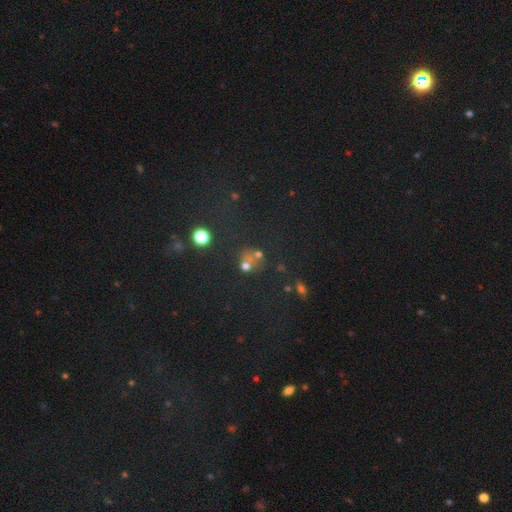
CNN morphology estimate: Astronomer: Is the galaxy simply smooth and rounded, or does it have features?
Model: star or artifact — 44%, tied with smooth at 44%.